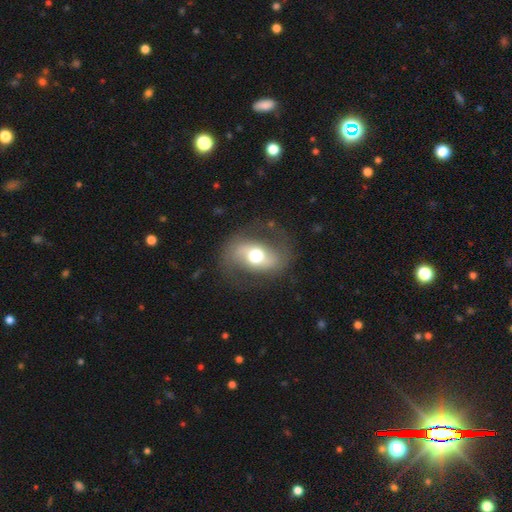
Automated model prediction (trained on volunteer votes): Smooth or featured: featured or disk — 65% (smooth — 28%)
Edge-on disk: no — 94% (yes — 6%)
Bar: no — 39% (weak — 31%)
Spiral arms: yes — 72% (no — 28%)
Bulge size: moderate — 60% (large — 29%)
Merging: none — 73% (minor disturbance — 15%)